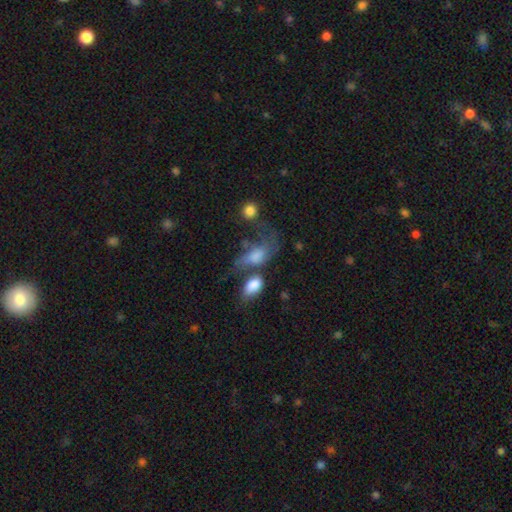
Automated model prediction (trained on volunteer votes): smooth-or-featured: smooth: 58% | featured or disk: 30% | star or artifact: 12%
  how-rounded: in between: 83% | round: 11% | cigar-shaped: 6%
  merging: merger: 31% | major disturbance: 29% | none: 22% | minor disturbance: 17%